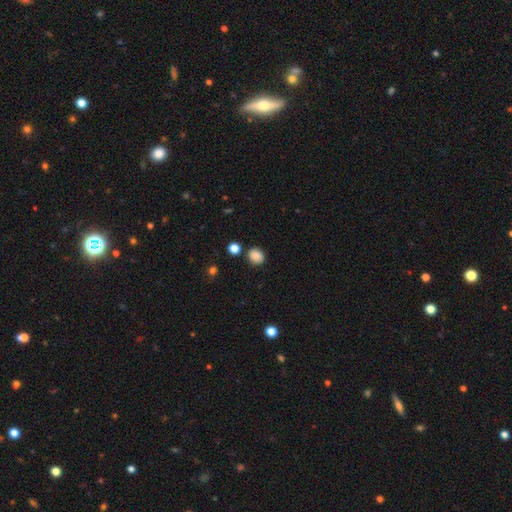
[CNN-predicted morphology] Smooth or featured? Predicted: smooth (p=0.86). How rounded? Predicted: round (p=0.66). Merging? Predicted: none (p=0.84).